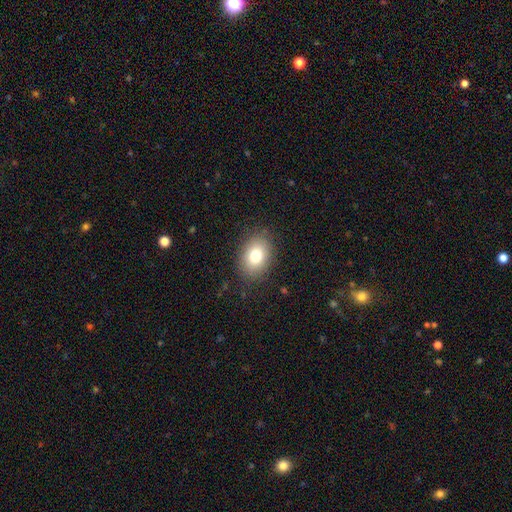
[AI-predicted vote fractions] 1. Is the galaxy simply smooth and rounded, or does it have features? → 79% smooth, 12% featured or disk, 9% star or artifact.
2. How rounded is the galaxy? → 75% in between, 24% round, 1% cigar-shaped.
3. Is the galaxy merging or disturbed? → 85% none, 11% minor disturbance, 3% major disturbance, 1% merger.